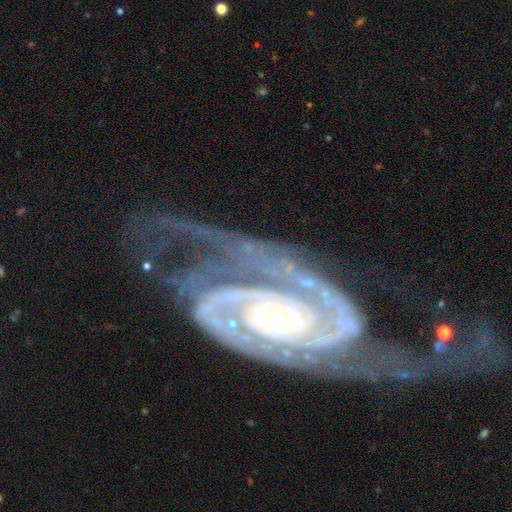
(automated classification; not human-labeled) Smooth or featured? featured or disk (93%)
Edge-on disk? no (97%)
Bar? no (71%)
Spiral arms? yes (98%)
Spiral winding? tight (60%)
Spiral arm count? 2 (82%)
Bulge size? small (77%)
Merging? none (55%)